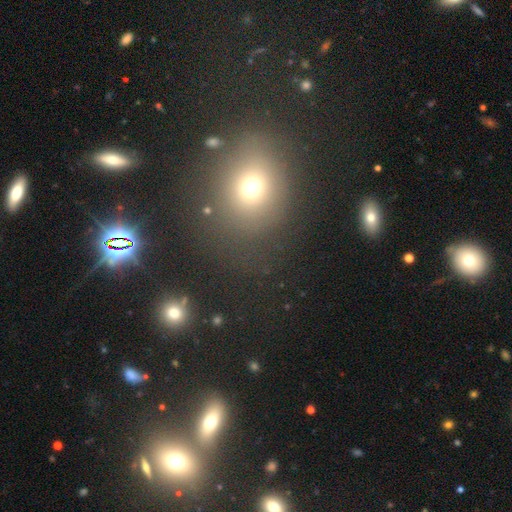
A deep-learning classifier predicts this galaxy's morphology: smooth_or_featured: smooth (p=0.61) [alt: star or artifact p=0.27]
how_rounded: round (p=0.57) [alt: in between p=0.41]
merging: none (p=0.81) [alt: minor disturbance p=0.10]